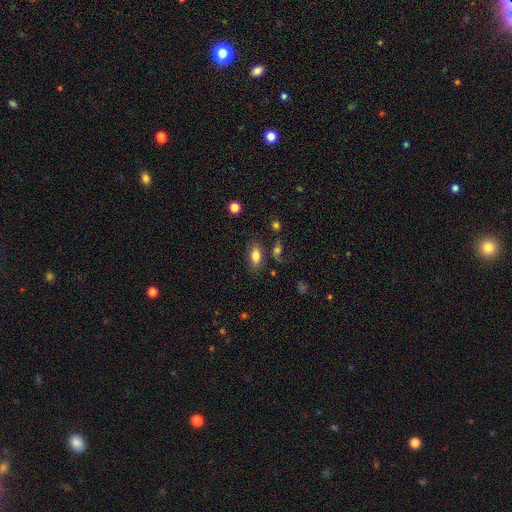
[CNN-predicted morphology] smooth_or_featured: smooth (p=0.81) [alt: featured or disk p=0.10]
how_rounded: in between (p=0.89) [alt: round p=0.07]
merging: none (p=0.72) [alt: minor disturbance p=0.15]